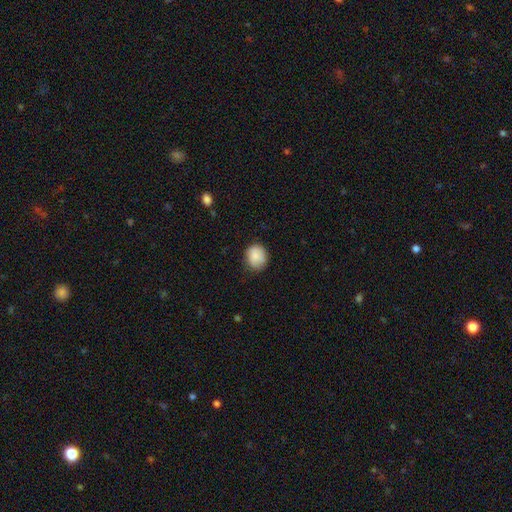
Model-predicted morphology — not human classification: This appears to be a smooth galaxy with no disk features (86%) that is round (68%). Merging: none (74%).